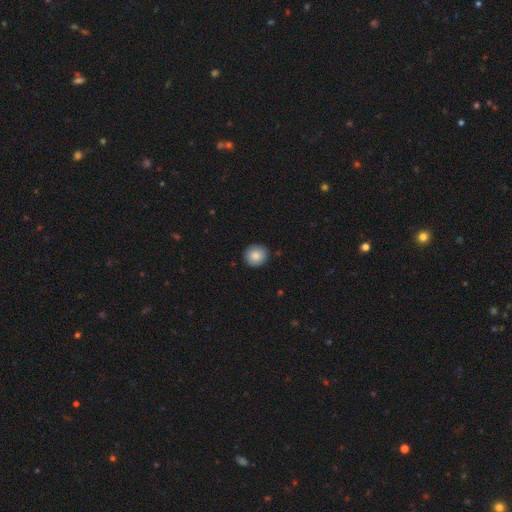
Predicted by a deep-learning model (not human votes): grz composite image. It shows a smooth galaxy with no disk features (86%) that is round (89%). Merging: none (90%).